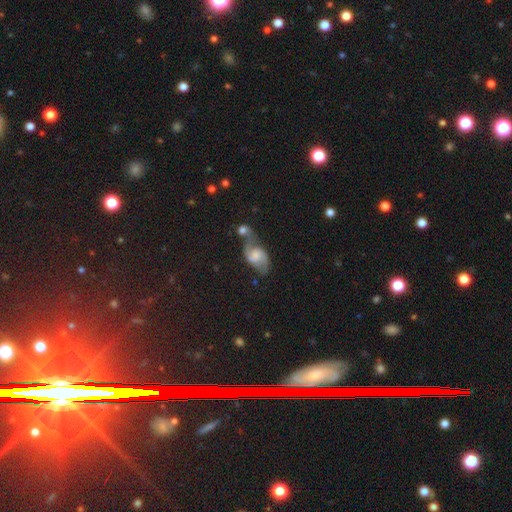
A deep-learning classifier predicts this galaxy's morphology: Q: Smooth or featured?
A: featured or disk (61%); runner-up: smooth (30%)
Q: Edge-on disk?
A: no (95%); runner-up: yes (5%)
Q: Bar?
A: no (49%); runner-up: weak (41%)
Q: Spiral arms?
A: yes (87%); runner-up: no (13%)
Q: Spiral winding?
A: loose (46%); runner-up: medium (40%)
Q: Spiral arm count?
A: 2 (87%); runner-up: can't tell (6%)
Q: Bulge size?
A: moderate (33%); runner-up: small (30%)
Q: Merging?
A: merger (40%); runner-up: none (31%)